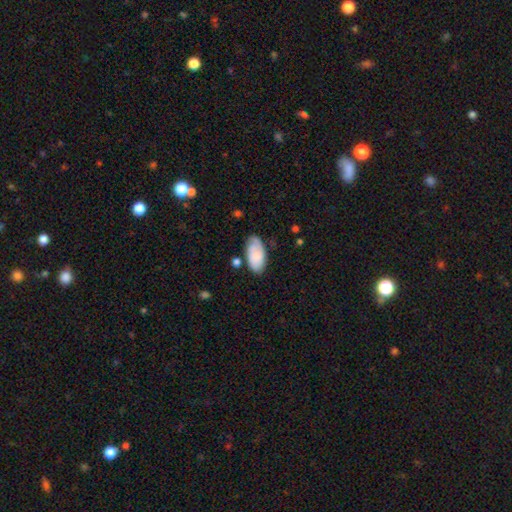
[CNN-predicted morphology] smooth_or_featured: smooth (p=0.66) [alt: featured or disk p=0.27]
how_rounded: in between (p=0.94) [alt: cigar-shaped p=0.03]
merging: none (p=0.65) [alt: minor disturbance p=0.23]